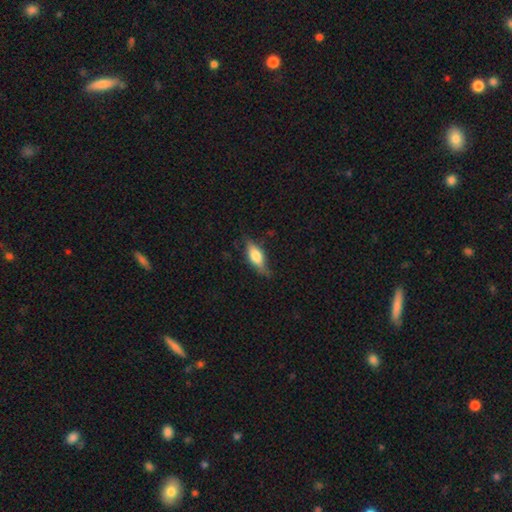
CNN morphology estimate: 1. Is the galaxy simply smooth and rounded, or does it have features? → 61% smooth, 32% featured or disk, 7% star or artifact.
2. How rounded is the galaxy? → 68% in between, 29% cigar-shaped, 3% round.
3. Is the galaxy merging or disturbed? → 71% none, 22% minor disturbance, 5% major disturbance, 1% merger.